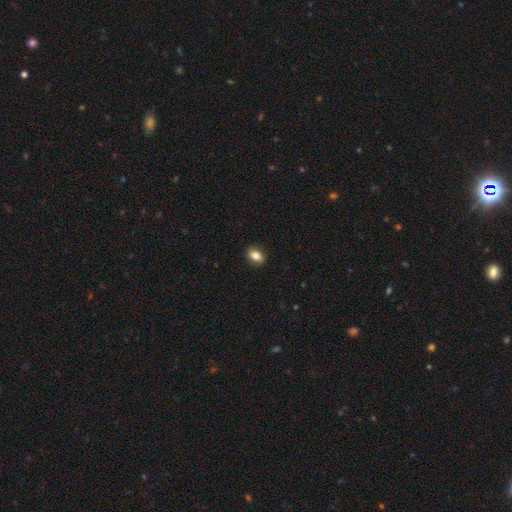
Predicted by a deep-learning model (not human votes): A smooth galaxy with no disk features (84%) that is in between round and cigar-shaped (71%). Merging: none (89%).